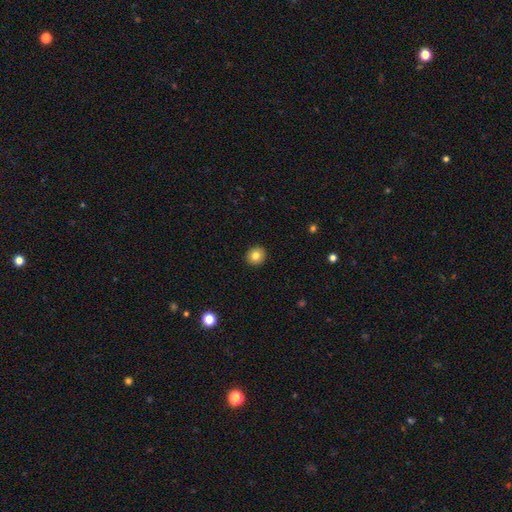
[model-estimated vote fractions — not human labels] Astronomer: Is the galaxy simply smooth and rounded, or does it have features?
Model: smooth — 81%.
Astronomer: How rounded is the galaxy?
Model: round — 89%.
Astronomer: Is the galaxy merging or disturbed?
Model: none — 93%.